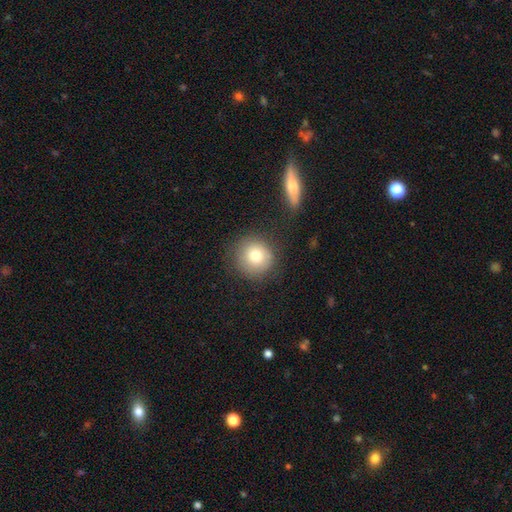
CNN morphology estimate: A smooth galaxy with no disk features (78%) that is round (92%).

Vote fractions:
- Smooth or featured? smooth: 78% / featured or disk: 12% / star or artifact: 10%
- How rounded? round: 92% / in between: 7% / cigar-shaped: 1%
- Merging? none: 81% / minor disturbance: 11% / major disturbance: 4% / merger: 3%